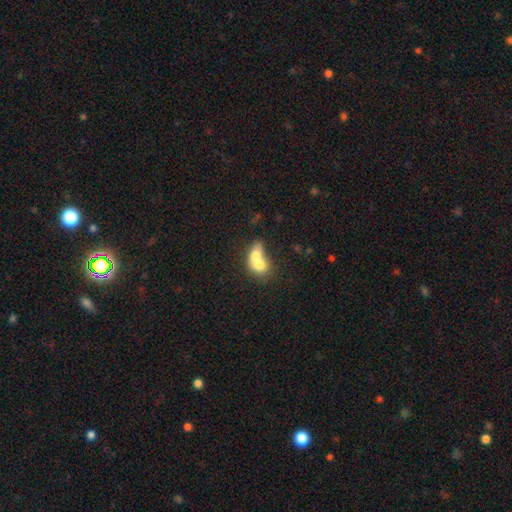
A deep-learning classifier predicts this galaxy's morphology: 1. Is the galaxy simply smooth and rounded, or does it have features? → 68% smooth, 24% featured or disk, 8% star or artifact.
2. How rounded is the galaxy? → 59% in between, 38% round, 2% cigar-shaped.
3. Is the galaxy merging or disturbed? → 77% merger, 13% none, 6% minor disturbance, 4% major disturbance.